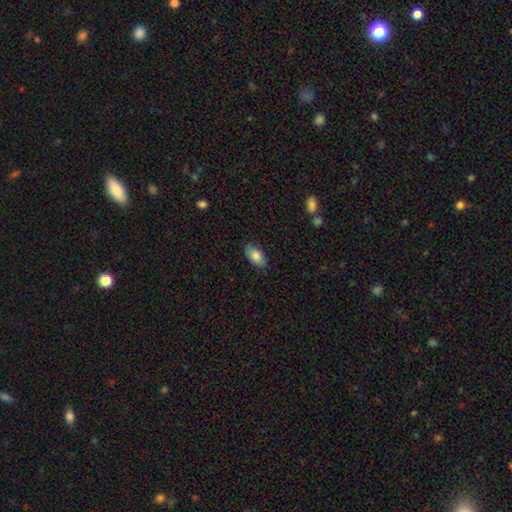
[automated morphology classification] Smooth or featured?
  - smooth: 83% *
  - featured or disk: 11%
  - star or artifact: 7%
How rounded?
  - in between: 92% *
  - cigar-shaped: 5%
  - round: 3%
Merging?
  - none: 83% *
  - minor disturbance: 14%
  - major disturbance: 3%
  - merger: 1%